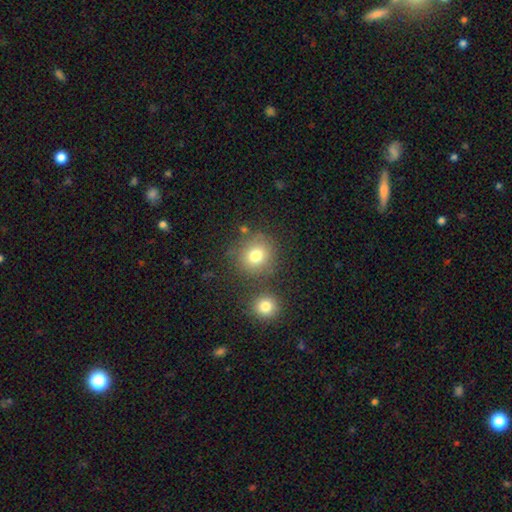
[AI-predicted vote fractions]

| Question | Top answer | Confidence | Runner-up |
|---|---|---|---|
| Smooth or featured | smooth | 77% | star or artifact (13%) |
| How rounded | round | 88% | in between (11%) |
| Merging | none | 74% | merger (13%) |